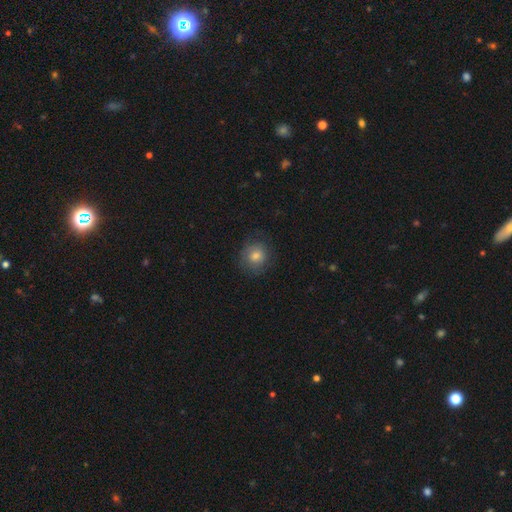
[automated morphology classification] Smooth or featured: smooth — 73% (featured or disk — 15%)
How rounded: round — 85% (in between — 14%)
Merging: none — 81% (minor disturbance — 13%)